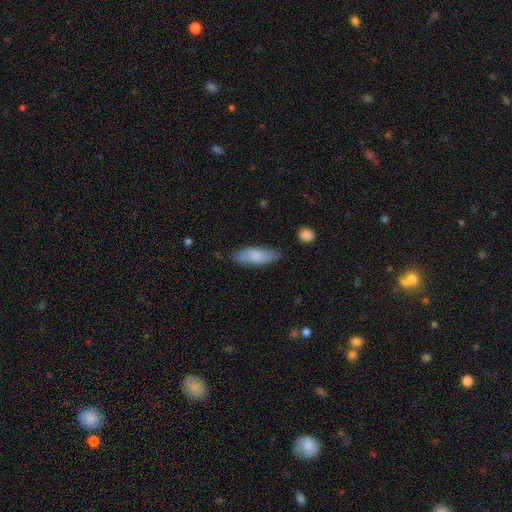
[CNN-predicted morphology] smooth-or-featured: smooth: 77% | featured or disk: 17% | star or artifact: 6%
  how-rounded: in between: 68% | cigar-shaped: 30% | round: 2%
  merging: none: 75% | minor disturbance: 19% | major disturbance: 4% | merger: 2%